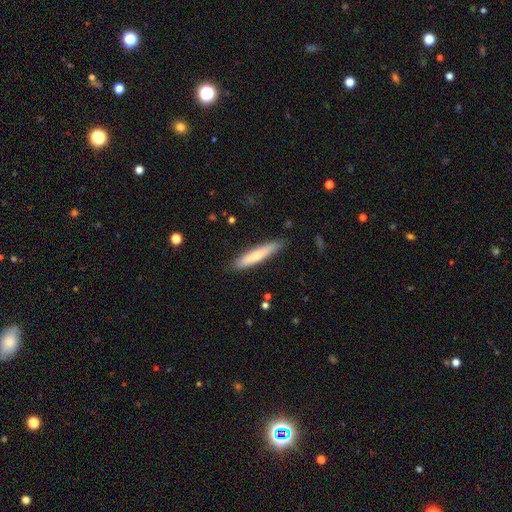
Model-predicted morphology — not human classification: This is likely a smooth galaxy (69%). How rounded: clearly cigar-shaped (90%). Merging: clearly none (86%).